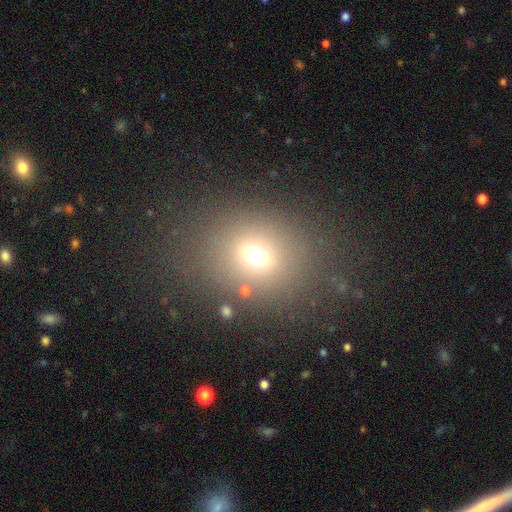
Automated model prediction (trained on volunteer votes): This appears to be a smooth galaxy with no disk features (66%) that is round (58%). Merging: none (75%).